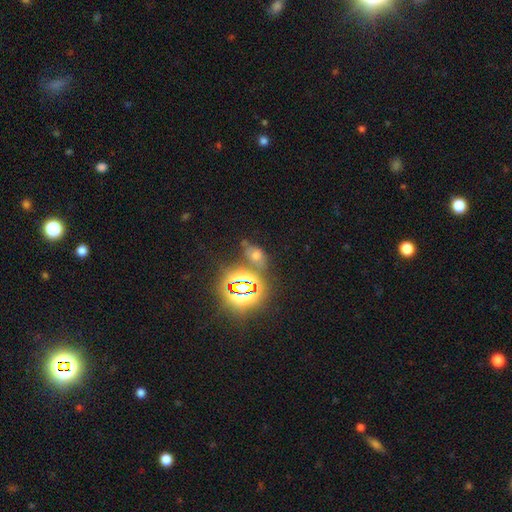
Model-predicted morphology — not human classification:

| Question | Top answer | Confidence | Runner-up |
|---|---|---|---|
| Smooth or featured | star or artifact | 47% | smooth (40%) |